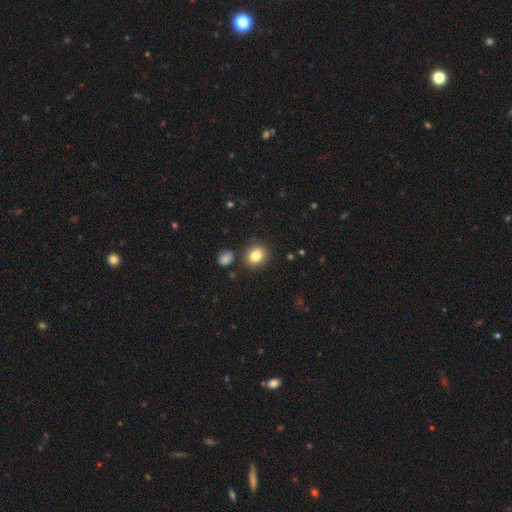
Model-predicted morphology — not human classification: Smooth or featured?
  - smooth: 83% *
  - star or artifact: 10%
  - featured or disk: 7%
How rounded?
  - round: 75% *
  - in between: 24%
  - cigar-shaped: 1%
Merging?
  - none: 84% *
  - minor disturbance: 9%
  - merger: 5%
  - major disturbance: 3%